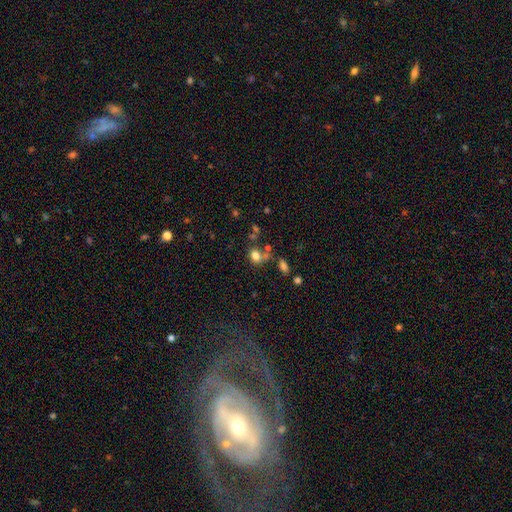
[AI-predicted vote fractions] Smooth or featured? Predicted: smooth (p=0.77). How rounded? Predicted: round (p=0.64). Merging? Predicted: none (p=0.52).